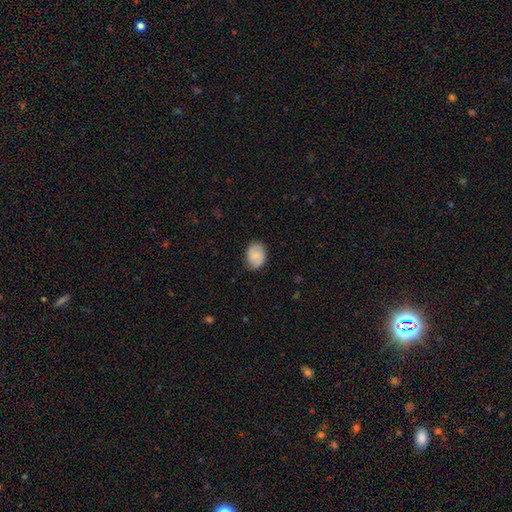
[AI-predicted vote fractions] The model was most divided on "how rounded": in between: 68%, round: 31%, cigar-shaped: 1%. More confident: merging — none (78%); smooth or featured — smooth (68%).